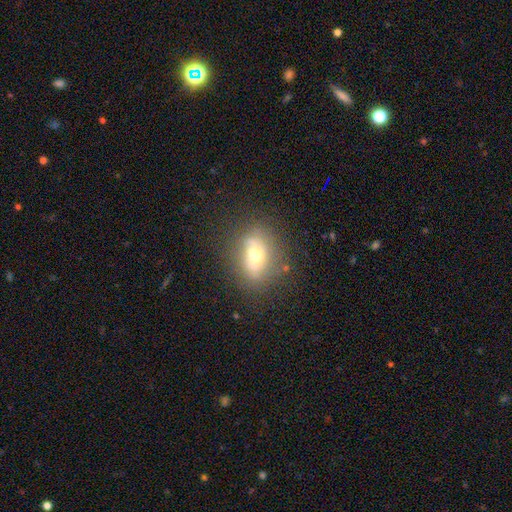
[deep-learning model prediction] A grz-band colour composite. It shows a smooth galaxy with no disk features (50%) that is in between round and cigar-shaped (59%). Merging: none (68%).